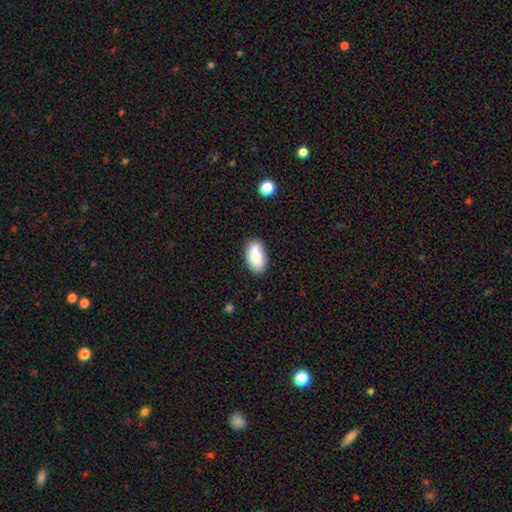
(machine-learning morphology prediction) smooth_or_featured: smooth (p=0.85) [alt: featured or disk p=0.08]
how_rounded: in between (p=0.93) [alt: cigar-shaped p=0.04]
merging: none (p=0.78) [alt: minor disturbance p=0.16]